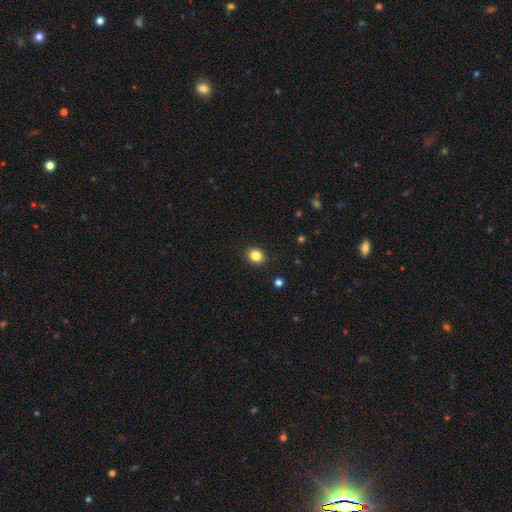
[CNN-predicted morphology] Smooth or featured?
  - smooth: 84% *
  - star or artifact: 10%
  - featured or disk: 5%
How rounded?
  - round: 60% *
  - in between: 39%
  - cigar-shaped: 1%
Merging?
  - none: 91% *
  - minor disturbance: 6%
  - major disturbance: 2%
  - merger: 1%